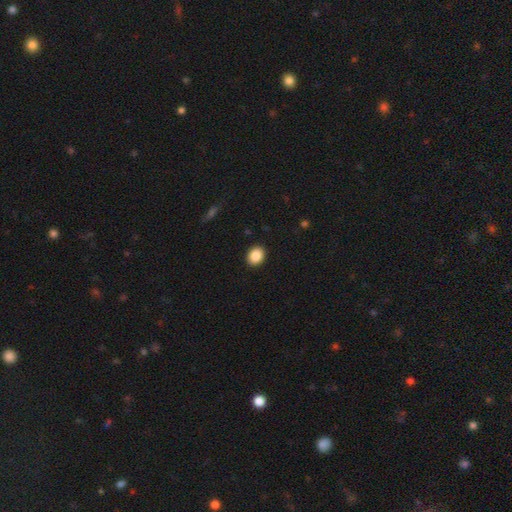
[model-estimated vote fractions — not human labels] smooth-or-featured: smooth: 88% | star or artifact: 8% | featured or disk: 4%
  how-rounded: round: 50% | in between: 49% | cigar-shaped: 1%
  merging: none: 92% | minor disturbance: 6% | major disturbance: 2% | merger: 1%